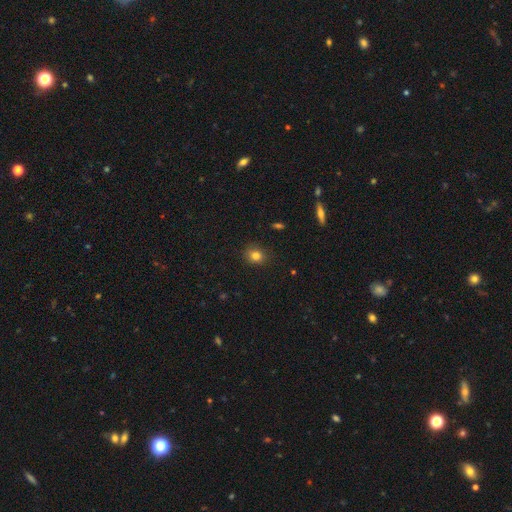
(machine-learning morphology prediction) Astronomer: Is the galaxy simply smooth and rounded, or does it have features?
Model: smooth — 81%.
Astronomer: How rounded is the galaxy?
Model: round — 71%.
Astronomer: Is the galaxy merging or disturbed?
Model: none — 84%.